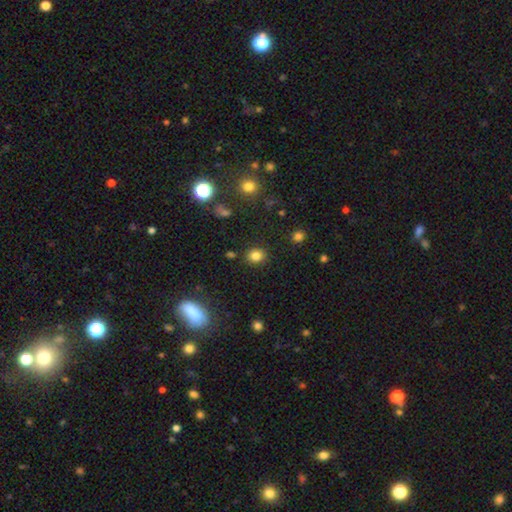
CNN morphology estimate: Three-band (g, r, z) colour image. It shows a smooth galaxy with no disk features (82%) that is round (73%). Merging: none (87%).